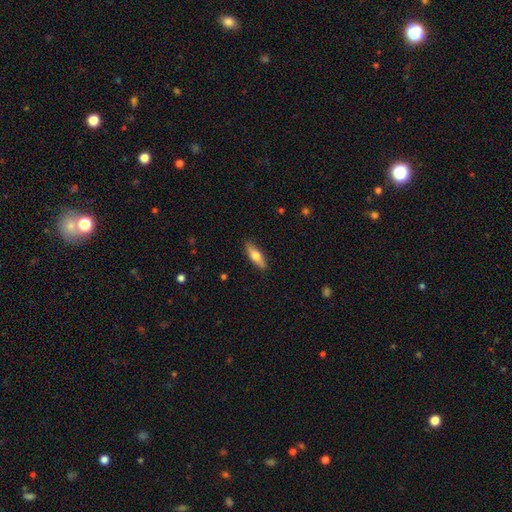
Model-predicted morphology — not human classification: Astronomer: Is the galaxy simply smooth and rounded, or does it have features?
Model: smooth — 64%.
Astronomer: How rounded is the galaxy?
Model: in between — 51% (runner-up: cigar-shaped, 46%).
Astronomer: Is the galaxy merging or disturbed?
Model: none — 87%.